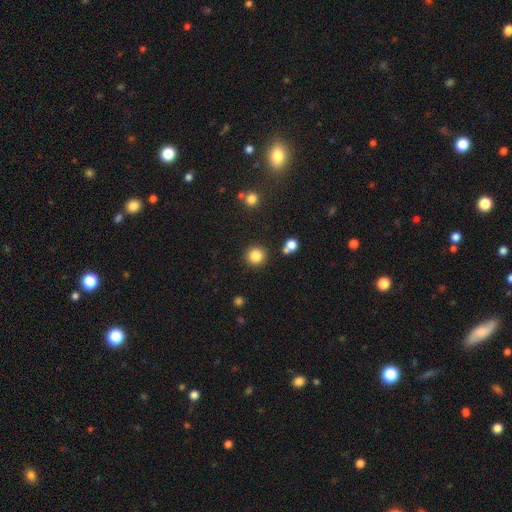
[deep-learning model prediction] Smooth or featured? Predicted: smooth (p=0.85). How rounded? Predicted: round (p=0.93). Merging? Predicted: none (p=0.87).